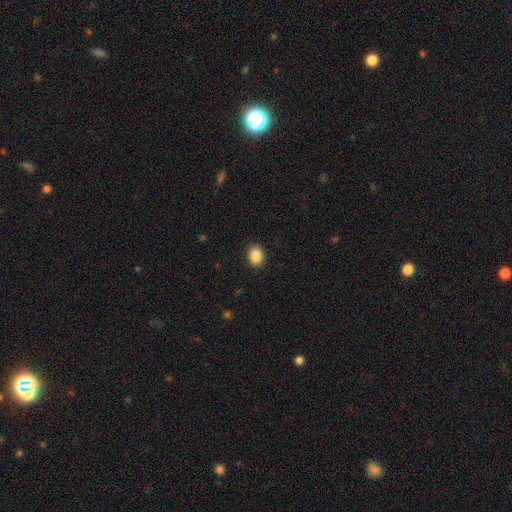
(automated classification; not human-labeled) Smooth or featured? smooth (89%)
How rounded? in between (68%)
Merging? none (90%)